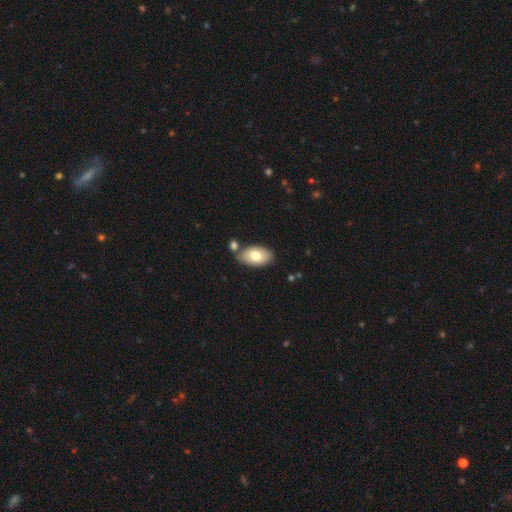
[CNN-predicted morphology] Q: Smooth or featured?
A: smooth (76%); runner-up: featured or disk (18%)
Q: How rounded?
A: in between (94%); runner-up: round (4%)
Q: Merging?
A: none (70%); runner-up: merger (14%)